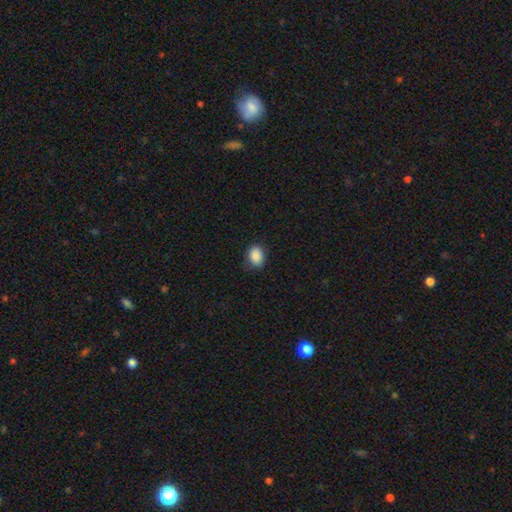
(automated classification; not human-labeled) Overall: smooth (88%). How rounded: in between (70%). Merging: none (77%).